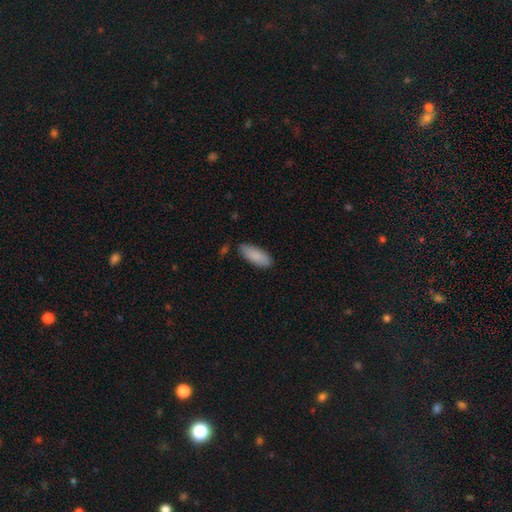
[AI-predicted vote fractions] Smooth or featured? smooth (88%)
How rounded? in between (79%)
Merging? none (82%)